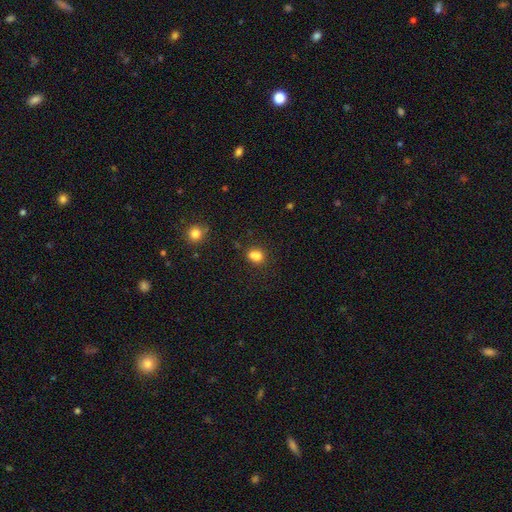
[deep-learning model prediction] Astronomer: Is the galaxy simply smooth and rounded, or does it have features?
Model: smooth — 78%.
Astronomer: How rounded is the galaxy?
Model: in between — 49%, tied with round at 49%.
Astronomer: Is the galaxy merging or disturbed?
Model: none — 52% (runner-up: merger, 28%).